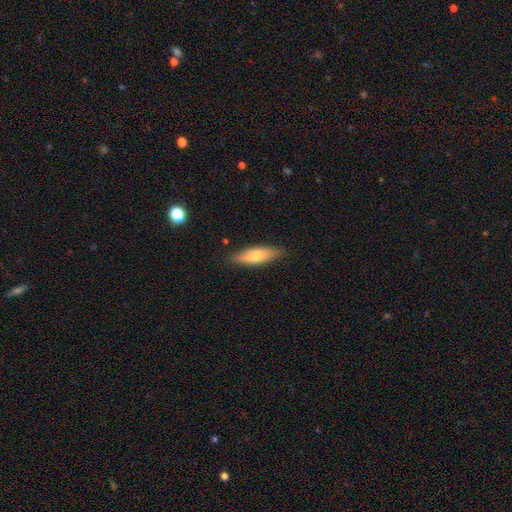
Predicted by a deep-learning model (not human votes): Smooth or featured: smooth — 66% (featured or disk — 28%)
How rounded: in between — 51% (cigar-shaped — 47%)
Merging: none — 84% (minor disturbance — 13%)